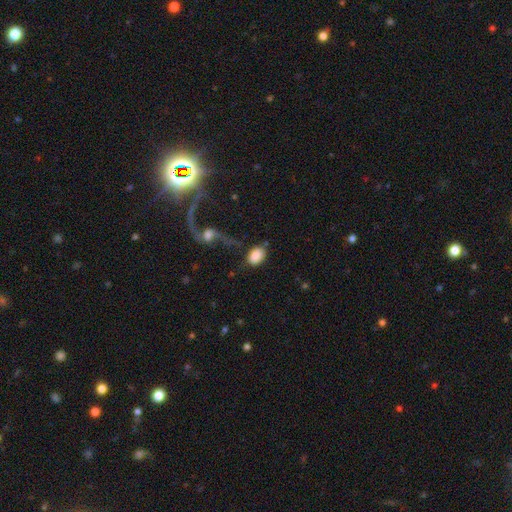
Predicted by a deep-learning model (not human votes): The model was most divided on "merging": none: 57%, minor disturbance: 18%, merger: 13%, major disturbance: 11%. More confident: how rounded — in between (82%); smooth or featured — smooth (80%).